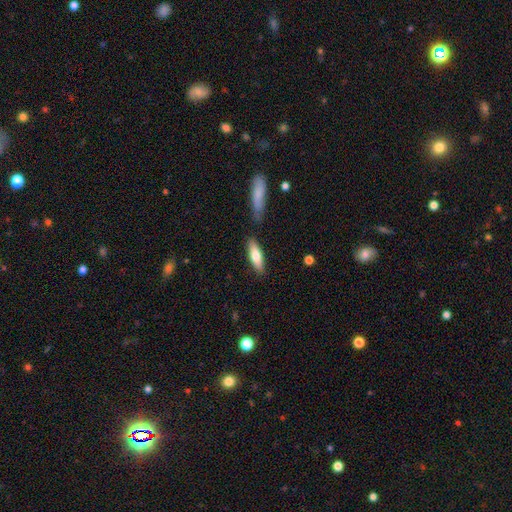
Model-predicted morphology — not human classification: A smooth galaxy with no disk features (73%) that is cigar-shaped (54%). Merging: none (81%).